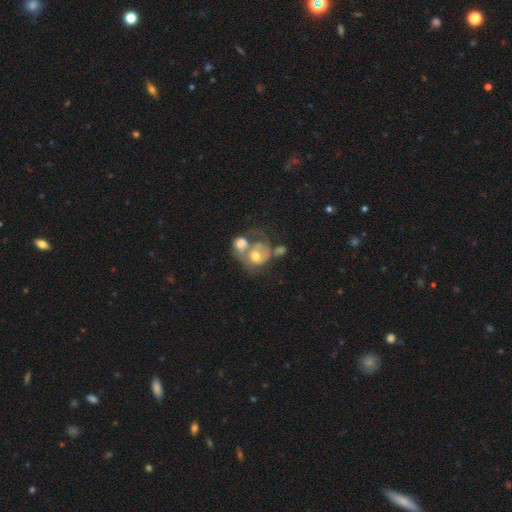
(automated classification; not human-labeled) A featured or disk galaxy (50%). Merging: merger (58%).